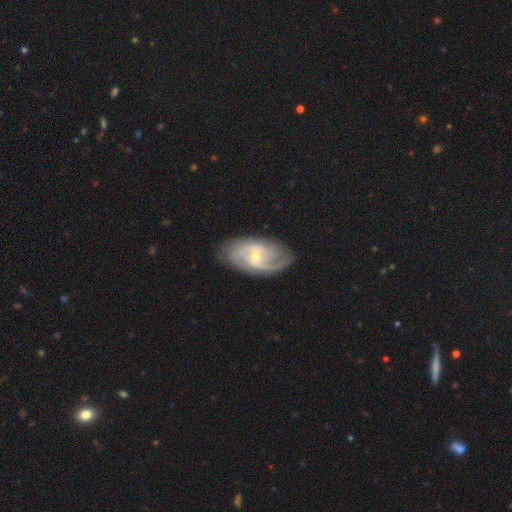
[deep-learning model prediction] Q: Smooth or featured?
A: featured or disk (85%); runner-up: smooth (11%)
Q: Edge-on disk?
A: no (95%); runner-up: yes (5%)
Q: Bar?
A: weak (50%); runner-up: no (33%)
Q: Spiral arms?
A: yes (95%); runner-up: no (5%)
Q: Spiral winding?
A: medium (45%); runner-up: tight (38%)
Q: Spiral arm count?
A: 2 (53%); runner-up: can't tell (18%)
Q: Bulge size?
A: small (61%); runner-up: moderate (35%)
Q: Merging?
A: none (78%); runner-up: minor disturbance (15%)